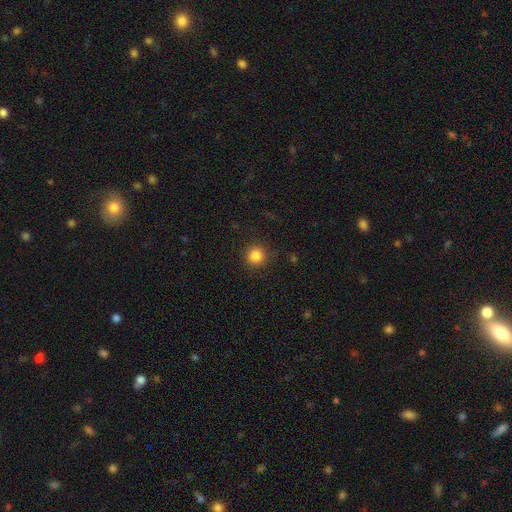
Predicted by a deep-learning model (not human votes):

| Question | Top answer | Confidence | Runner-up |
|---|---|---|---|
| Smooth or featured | smooth | 84% | star or artifact (11%) |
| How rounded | round | 94% | in between (5%) |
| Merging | none | 89% | minor disturbance (7%) |